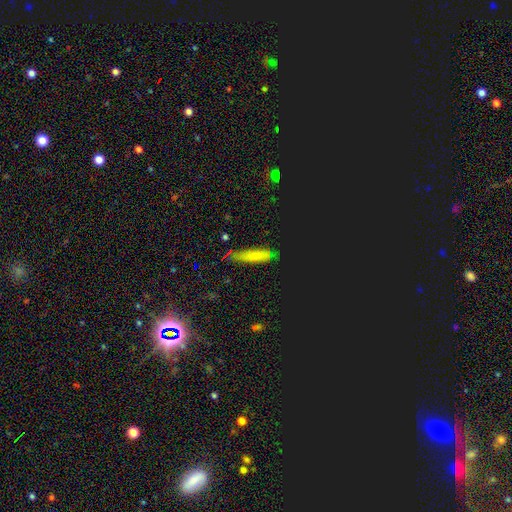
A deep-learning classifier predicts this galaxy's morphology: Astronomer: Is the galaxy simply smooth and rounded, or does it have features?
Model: smooth — 60%.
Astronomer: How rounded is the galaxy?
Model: cigar-shaped — 67%.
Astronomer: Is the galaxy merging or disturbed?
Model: none — 70%.